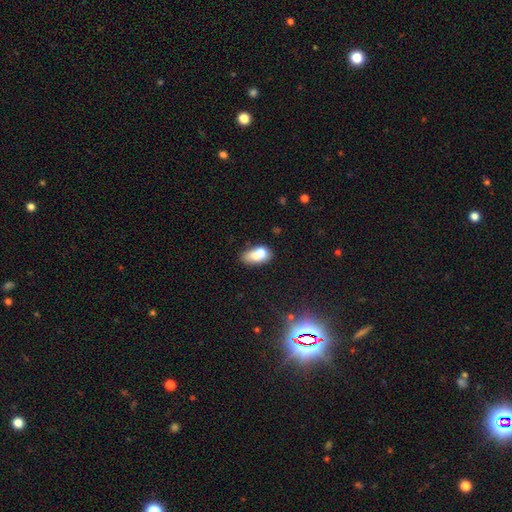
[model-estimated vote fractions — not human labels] Smooth or featured?
  - smooth: 66% *
  - featured or disk: 24%
  - star or artifact: 10%
How rounded?
  - in between: 80% *
  - round: 17%
  - cigar-shaped: 3%
Merging?
  - merger: 49% *
  - none: 32%
  - minor disturbance: 13%
  - major disturbance: 6%